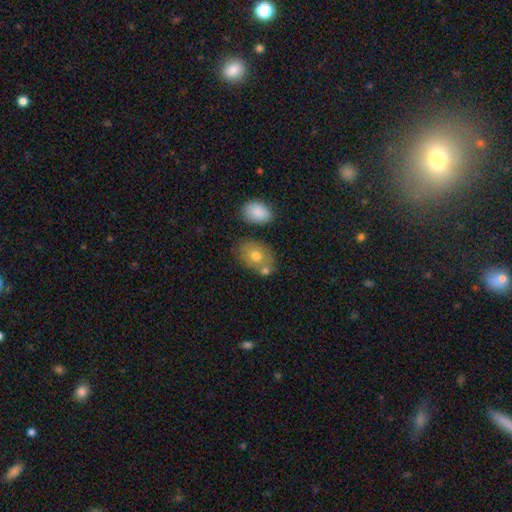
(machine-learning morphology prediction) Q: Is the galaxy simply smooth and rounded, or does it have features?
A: smooth — 70%.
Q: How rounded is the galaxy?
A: in between — 74%.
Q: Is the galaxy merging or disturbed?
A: none — 57%.